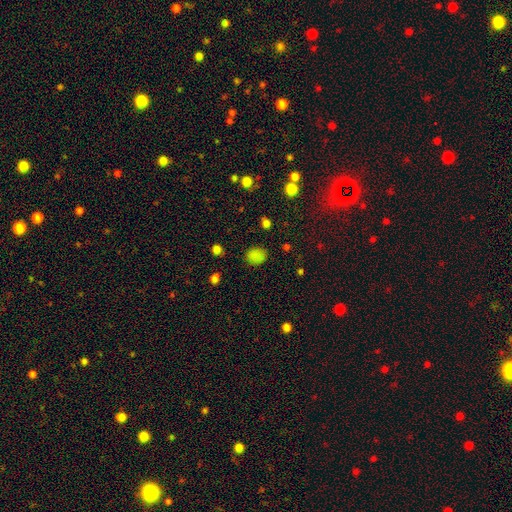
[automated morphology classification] This appears to be a smooth galaxy with no disk features (81%) that is round (60%). Merging: none (82%).